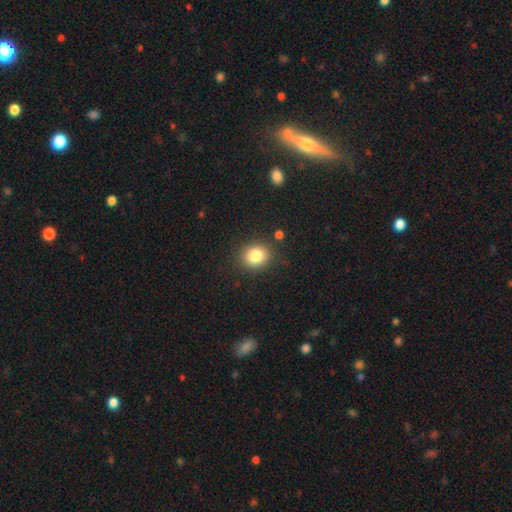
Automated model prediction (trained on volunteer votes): This is clearly a smooth galaxy (83%). How rounded: likely round (69%). Merging: clearly none (85%).